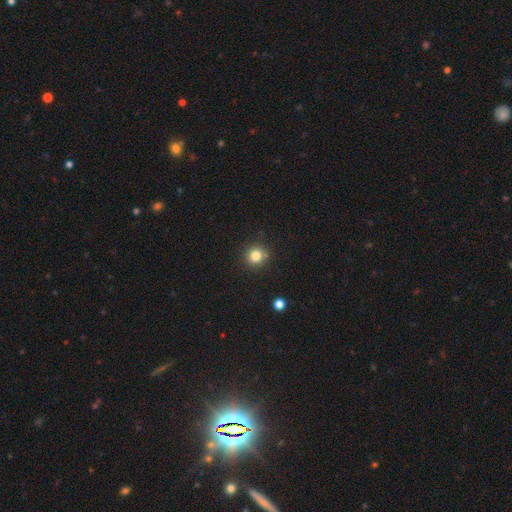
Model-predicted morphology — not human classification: smooth-or-featured: smooth: 81% | star or artifact: 13% | featured or disk: 6%
  how-rounded: round: 92% | in between: 7% | cigar-shaped: 1%
  merging: none: 84% | minor disturbance: 8% | merger: 5% | major disturbance: 2%